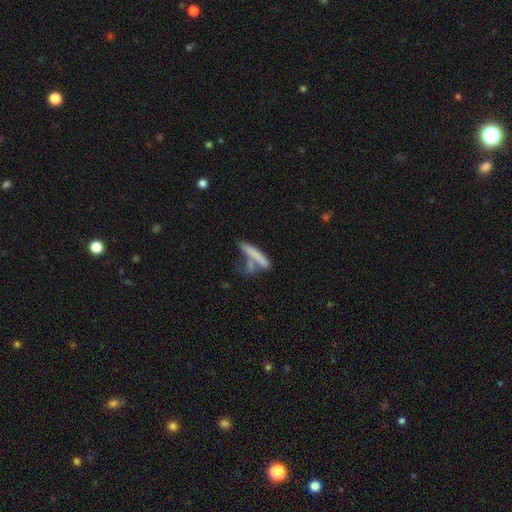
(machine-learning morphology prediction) The model was most divided on "merging": none: 46%, merger: 32%, minor disturbance: 14%, major disturbance: 9%. More confident: how rounded — cigar-shaped (87%); smooth or featured — smooth (67%).